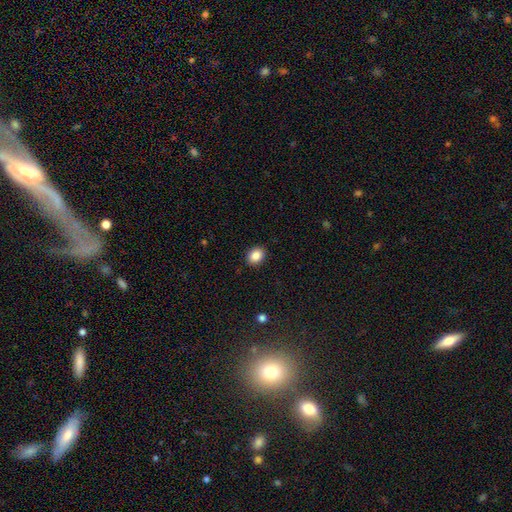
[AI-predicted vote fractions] A smooth galaxy with no disk features (87%) that is in between round and cigar-shaped (54%). Merging: none (90%).